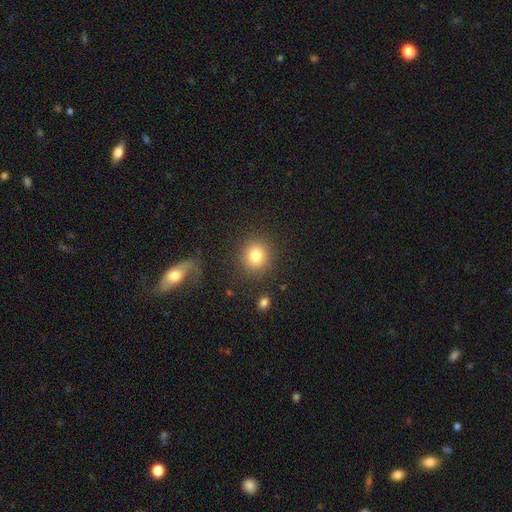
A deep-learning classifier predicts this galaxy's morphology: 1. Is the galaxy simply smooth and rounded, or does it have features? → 81% smooth, 11% star or artifact, 8% featured or disk.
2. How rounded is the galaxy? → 87% round, 12% in between, 1% cigar-shaped.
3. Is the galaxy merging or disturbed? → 87% none, 8% minor disturbance, 3% major disturbance, 2% merger.